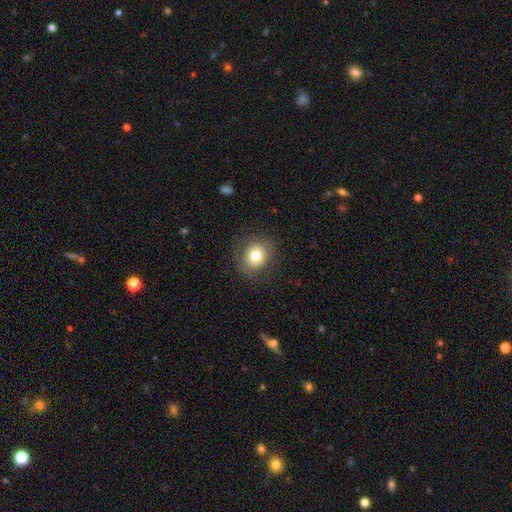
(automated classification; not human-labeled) The model was most divided on "how rounded": round: 77%, in between: 22%, cigar-shaped: 1%. More confident: merging — none (84%); smooth or featured — smooth (76%).